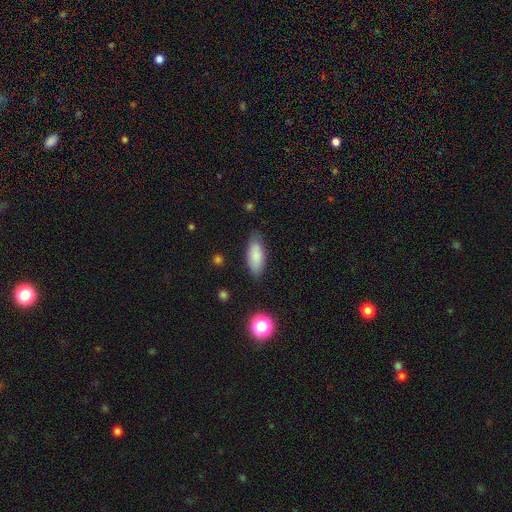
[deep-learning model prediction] Overall: smooth (84%). How rounded: in between (79%). Merging: none (80%).